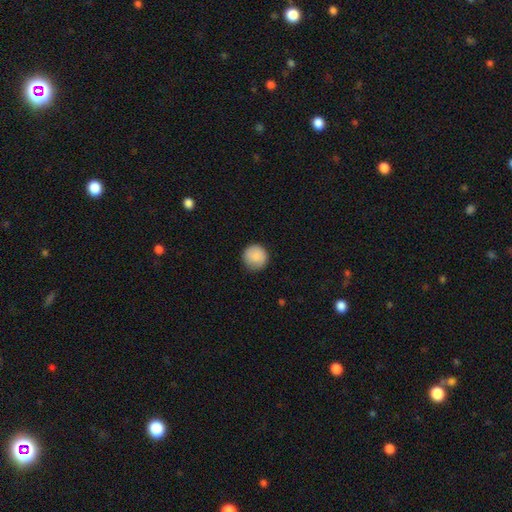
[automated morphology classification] The model was most divided on "merging": none: 87%, minor disturbance: 10%, major disturbance: 2%, merger: 1%. More confident: how rounded — round (95%); smooth or featured — smooth (88%).